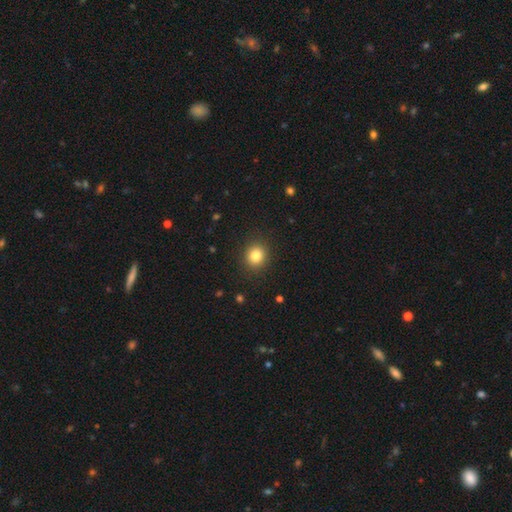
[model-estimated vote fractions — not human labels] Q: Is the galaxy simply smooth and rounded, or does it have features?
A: smooth — 83%.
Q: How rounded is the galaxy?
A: round — 80%.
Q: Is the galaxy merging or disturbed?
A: none — 90%.